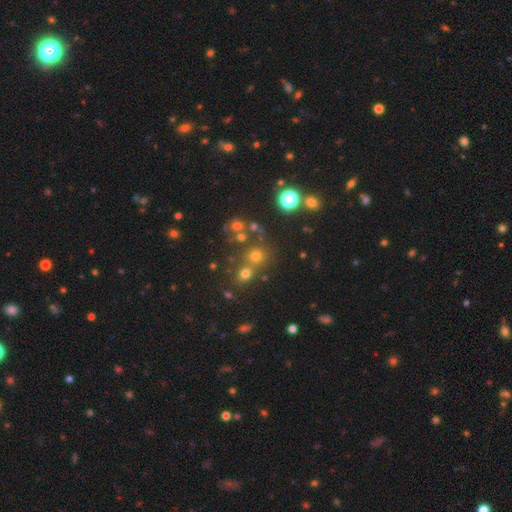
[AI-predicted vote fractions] smooth-or-featured: smooth: 64% | star or artifact: 25% | featured or disk: 10%
  how-rounded: round: 86% | in between: 12% | cigar-shaped: 1%
  merging: none: 61% | merger: 26% | minor disturbance: 9% | major disturbance: 4%